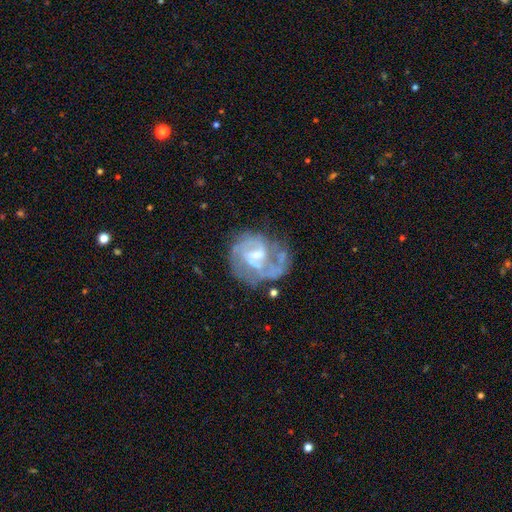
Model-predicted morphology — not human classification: Smooth or featured?
  - featured or disk: 85% *
  - smooth: 9%
  - star or artifact: 6%
Edge-on disk?
  - no: 98% *
  - yes: 2%
Bar?
  - weak: 58% *
  - no: 28%
  - strong: 15%
Spiral arms?
  - yes: 92% *
  - no: 8%
Spiral winding?
  - medium: 45% *
  - tight: 41%
  - loose: 14%
Spiral arm count?
  - 2: 55% *
  - can't tell: 20%
  - 3: 11%
  - 1: 8%
  - 4: 3%
  - more than 4: 3%
Bulge size?
  - small: 53% *
  - moderate: 36%
  - none: 8%
  - large: 3%
  - dominant: 1%
Merging?
  - none: 54% *
  - minor disturbance: 22%
  - major disturbance: 20%
  - merger: 4%